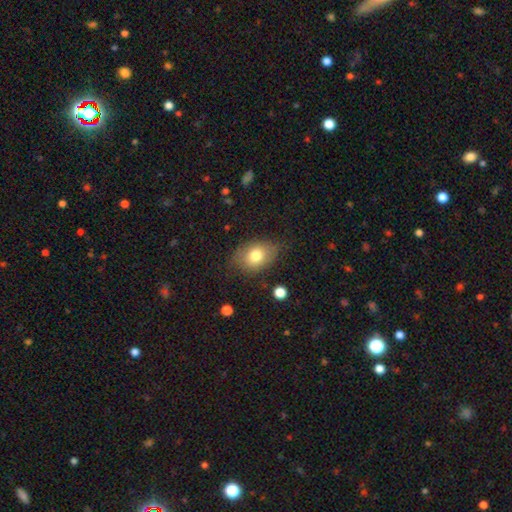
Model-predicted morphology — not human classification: Smooth or featured: smooth — 75% (featured or disk — 16%)
How rounded: in between — 72% (round — 27%)
Merging: none — 71% (minor disturbance — 22%)